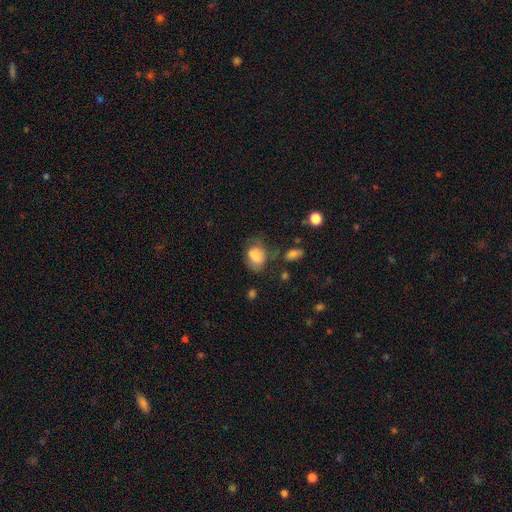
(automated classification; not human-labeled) smooth-or-featured: smooth: 77% | featured or disk: 14% | star or artifact: 9%
  how-rounded: in between: 69% | round: 30% | cigar-shaped: 1%
  merging: none: 46% | minor disturbance: 30% | major disturbance: 19% | merger: 5%